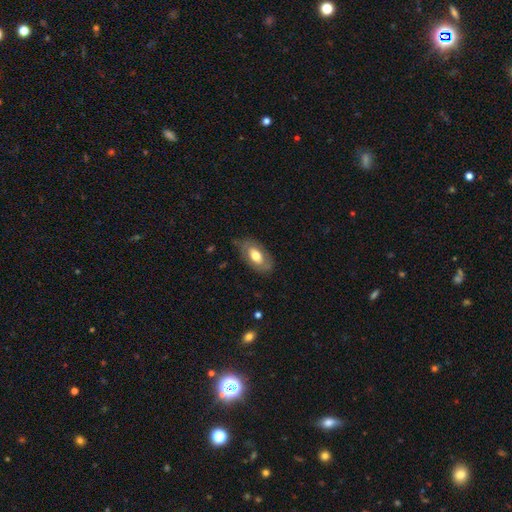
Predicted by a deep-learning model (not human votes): smooth 57%, featured or disk 37%, star or artifact 6%. Down the decision tree: how rounded — in between (91%); merging — none (75%).